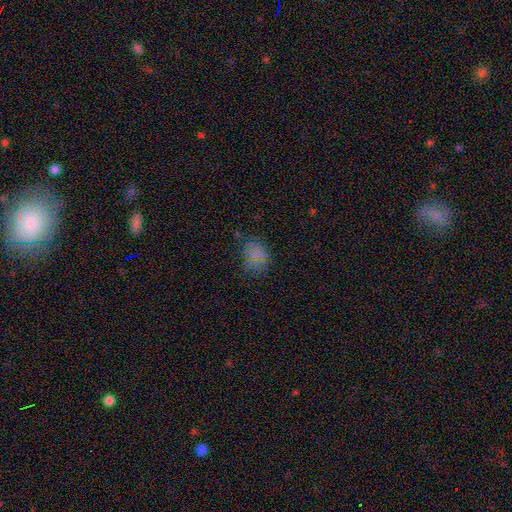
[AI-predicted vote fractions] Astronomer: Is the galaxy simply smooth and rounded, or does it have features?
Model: smooth — 64%.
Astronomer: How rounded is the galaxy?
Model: in between — 53% (runner-up: round, 45%).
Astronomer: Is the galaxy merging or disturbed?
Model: none — 73%.